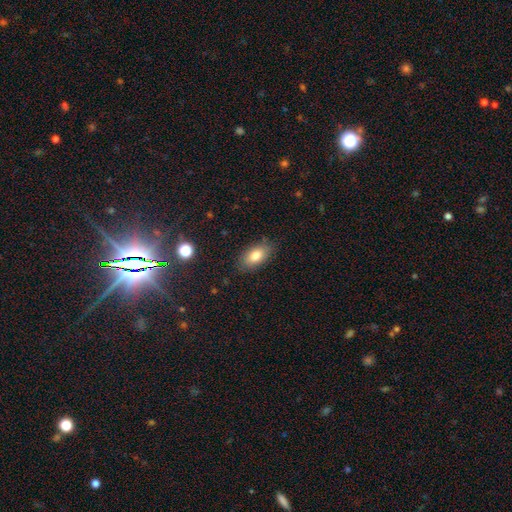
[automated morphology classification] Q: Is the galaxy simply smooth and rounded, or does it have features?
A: smooth — 79%.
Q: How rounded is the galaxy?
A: in between — 91%.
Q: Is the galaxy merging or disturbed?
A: none — 83%.